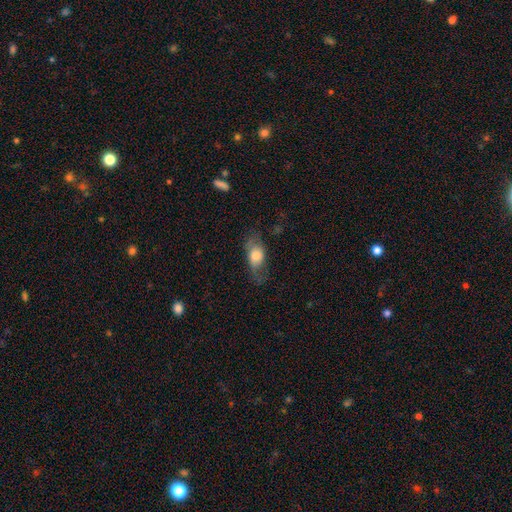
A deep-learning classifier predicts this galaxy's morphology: The model was most divided on "smooth or featured": smooth: 63%, featured or disk: 30%, star or artifact: 7%. More confident: how rounded — in between (80%); merging — none (59%).